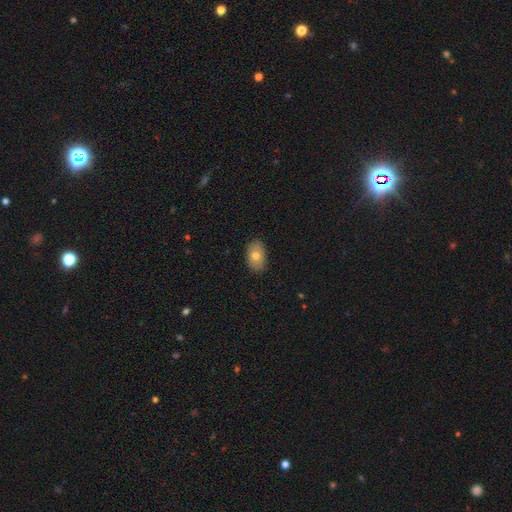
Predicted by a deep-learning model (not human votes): smooth-or-featured: smooth: 78% | featured or disk: 15% | star or artifact: 8%
  how-rounded: in between: 88% | round: 11% | cigar-shaped: 1%
  merging: none: 86% | minor disturbance: 11% | major disturbance: 2% | merger: 1%